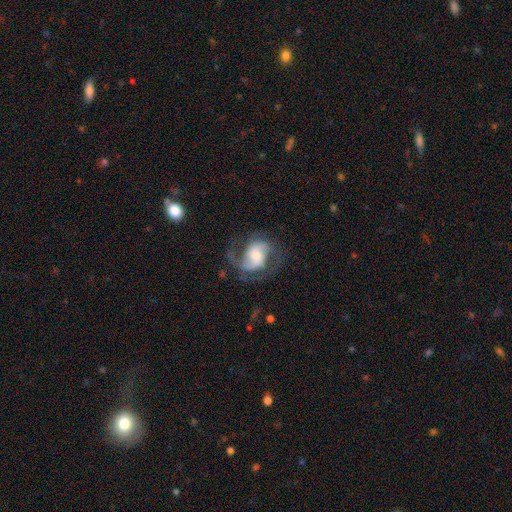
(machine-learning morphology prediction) A featured or disk galaxy (79%) with no bar (48%), 2 (80%) medium (50%) spiral arms (94%) and a moderate central bulge (34%). Merging: none (60%).